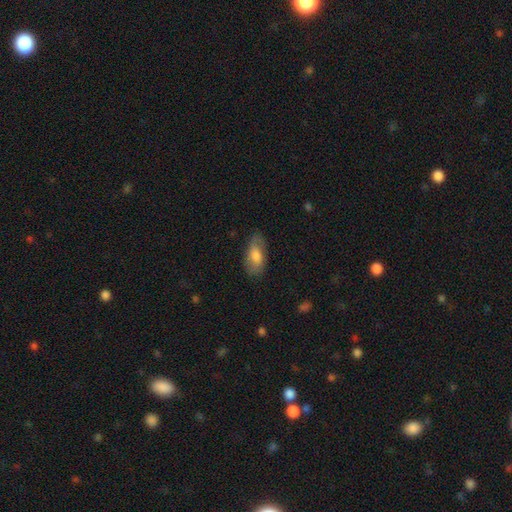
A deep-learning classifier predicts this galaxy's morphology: Smooth or featured?
  - smooth: 71% *
  - featured or disk: 23%
  - star or artifact: 7%
How rounded?
  - in between: 89% *
  - cigar-shaped: 7%
  - round: 4%
Merging?
  - none: 72% *
  - minor disturbance: 20%
  - major disturbance: 6%
  - merger: 1%